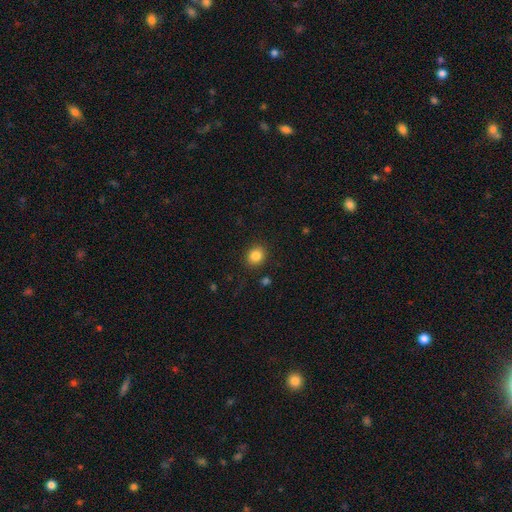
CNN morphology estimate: smooth-or-featured: smooth: 85% | star or artifact: 10% | featured or disk: 5%
  how-rounded: round: 77% | in between: 22% | cigar-shaped: 1%
  merging: none: 88% | minor disturbance: 7% | major disturbance: 3% | merger: 2%